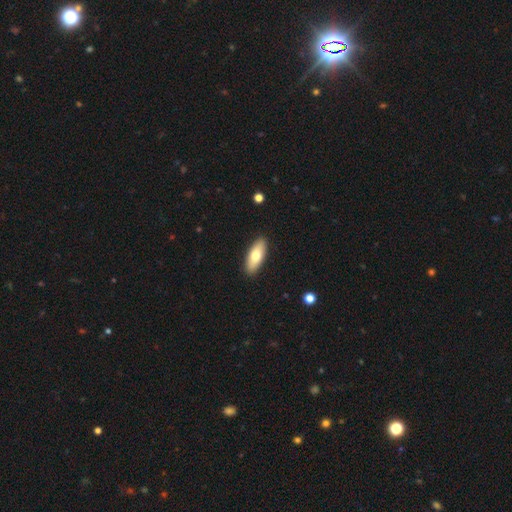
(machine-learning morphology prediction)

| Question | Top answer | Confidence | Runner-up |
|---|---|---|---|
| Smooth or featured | smooth | 72% | featured or disk (22%) |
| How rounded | in between | 76% | cigar-shaped (22%) |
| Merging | none | 90% | minor disturbance (7%) |